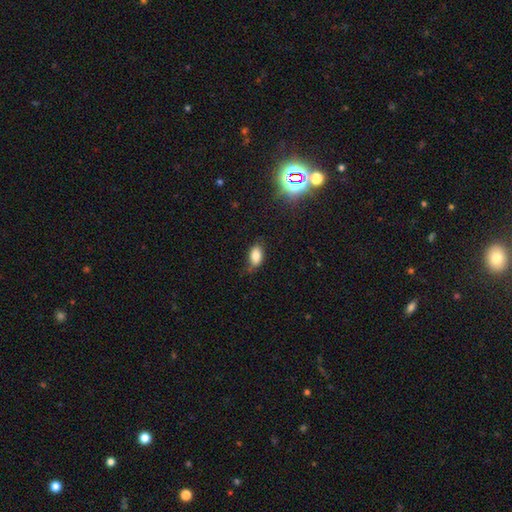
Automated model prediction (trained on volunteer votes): smooth_or_featured: smooth (p=0.81) [alt: star or artifact p=0.10]
how_rounded: in between (p=0.90) [alt: round p=0.06]
merging: none (p=0.68) [alt: minor disturbance p=0.24]